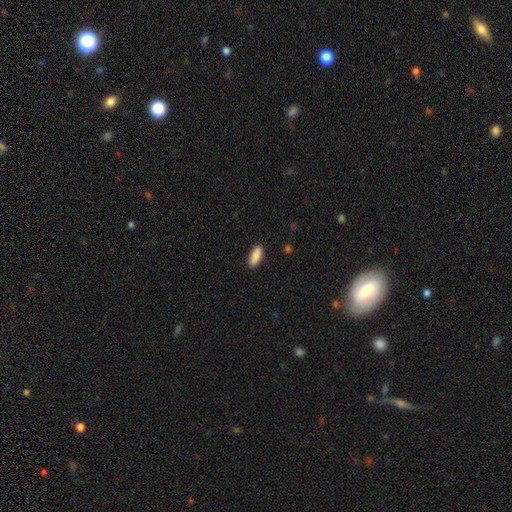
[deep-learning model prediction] smooth_or_featured: smooth (p=0.90) [alt: star or artifact p=0.06]
how_rounded: in between (p=0.77) [alt: cigar-shaped p=0.21]
merging: none (p=0.89) [alt: minor disturbance p=0.08]